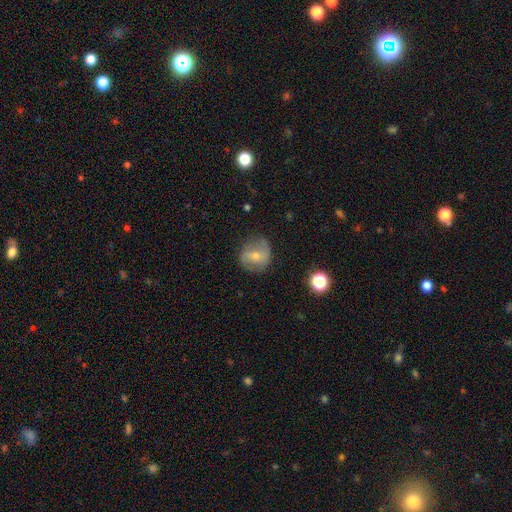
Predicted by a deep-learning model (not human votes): Smooth or featured?
  - featured or disk: 54% *
  - smooth: 36%
  - star or artifact: 10%
Edge-on disk?
  - no: 95% *
  - yes: 5%
Bar?
  - weak: 40% *
  - no: 33%
  - strong: 28%
Spiral arms?
  - yes: 71% *
  - no: 29%
Bulge size?
  - small: 54% *
  - moderate: 41%
  - none: 2%
  - large: 1%
  - dominant: 1%
Merging?
  - none: 75% *
  - minor disturbance: 18%
  - major disturbance: 6%
  - merger: 1%